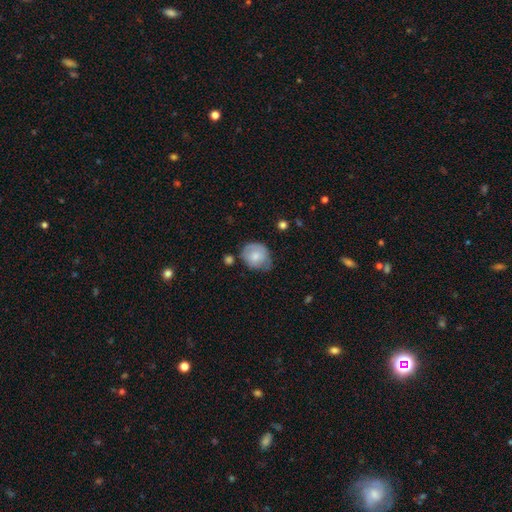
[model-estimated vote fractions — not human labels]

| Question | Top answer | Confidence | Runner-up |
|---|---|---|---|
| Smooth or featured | smooth | 68% | featured or disk (25%) |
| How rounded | round | 64% | in between (35%) |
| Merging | none | 49% | minor disturbance (36%) |